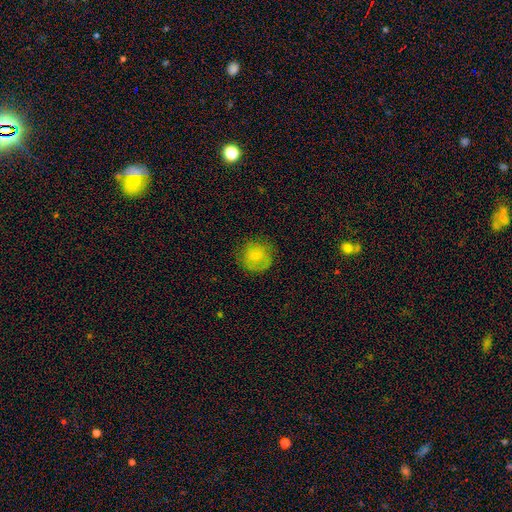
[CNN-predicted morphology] Smooth or featured? smooth (78%)
How rounded? round (91%)
Merging? none (75%)